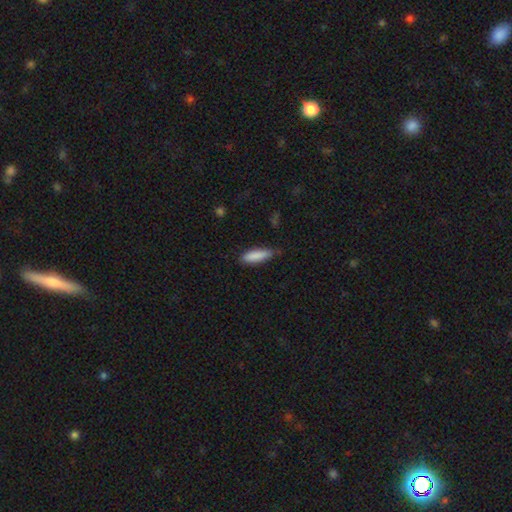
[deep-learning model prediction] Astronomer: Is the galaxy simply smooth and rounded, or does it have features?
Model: smooth — 87%.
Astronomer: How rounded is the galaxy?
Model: cigar-shaped — 55% (runner-up: in between, 43%).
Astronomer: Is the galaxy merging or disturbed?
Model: none — 69%.